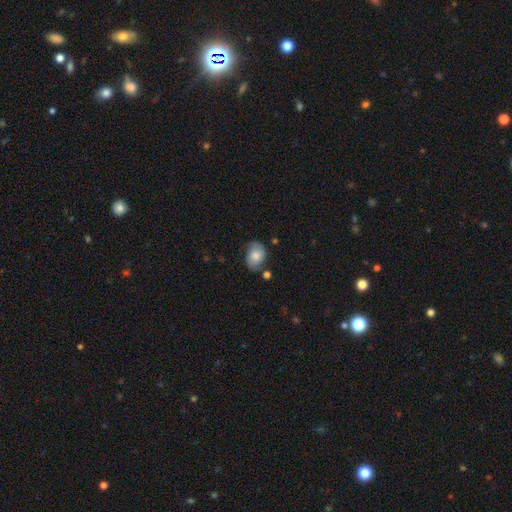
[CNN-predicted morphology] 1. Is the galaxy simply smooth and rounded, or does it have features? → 63% smooth, 29% featured or disk, 8% star or artifact.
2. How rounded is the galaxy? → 79% in between, 20% round, 1% cigar-shaped.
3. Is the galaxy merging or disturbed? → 66% none, 23% minor disturbance, 6% major disturbance, 5% merger.